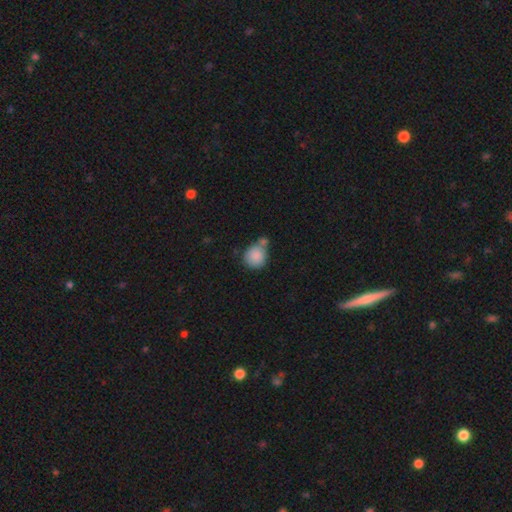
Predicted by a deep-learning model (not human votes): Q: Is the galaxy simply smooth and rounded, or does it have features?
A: smooth — 86%.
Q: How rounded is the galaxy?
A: round — 82%.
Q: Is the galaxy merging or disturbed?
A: none — 43%.